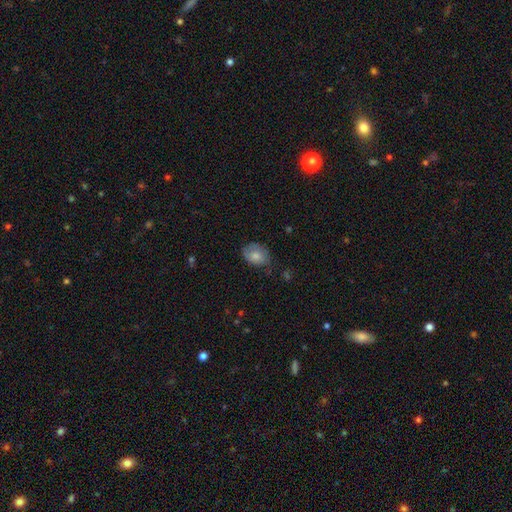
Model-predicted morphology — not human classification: A smooth galaxy with no disk features (77%) that is in between round and cigar-shaped (77%). Merging: none (64%).